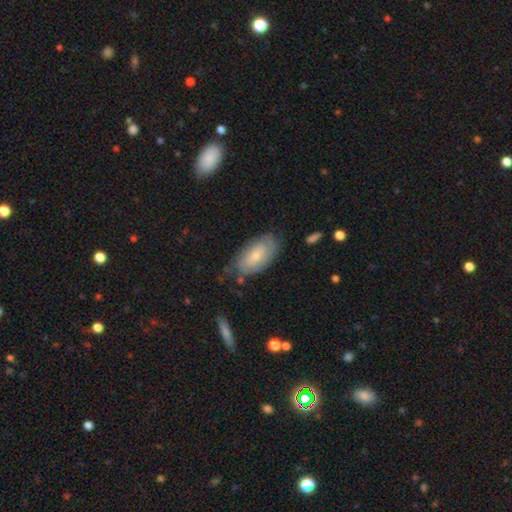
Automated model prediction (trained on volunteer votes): Smooth or featured?
  - smooth: 60% *
  - featured or disk: 33%
  - star or artifact: 6%
How rounded?
  - in between: 92% *
  - cigar-shaped: 5%
  - round: 3%
Merging?
  - none: 67% *
  - minor disturbance: 24%
  - major disturbance: 7%
  - merger: 2%